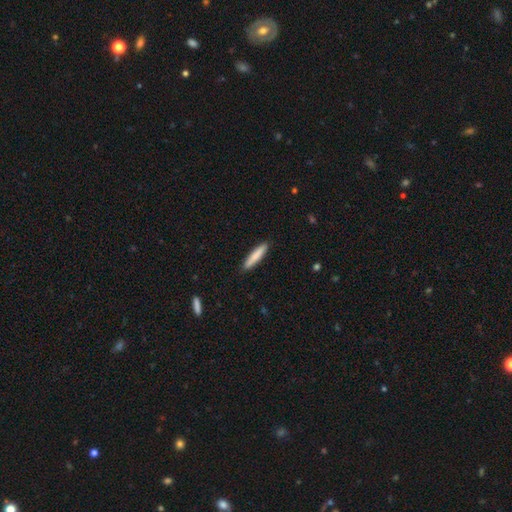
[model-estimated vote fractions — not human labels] Smooth or featured? smooth (81%)
How rounded? cigar-shaped (89%)
Merging? none (90%)